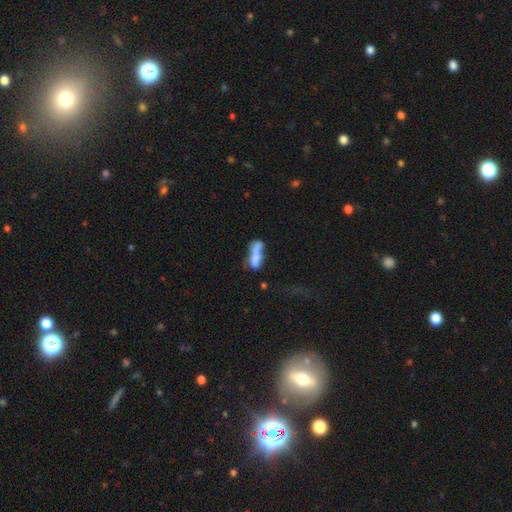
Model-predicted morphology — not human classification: The model was most divided on "how rounded": in between: 51%, cigar-shaped: 45%, round: 4%. Remaining: smooth or featured — smooth (65%); merging — merger (36%).